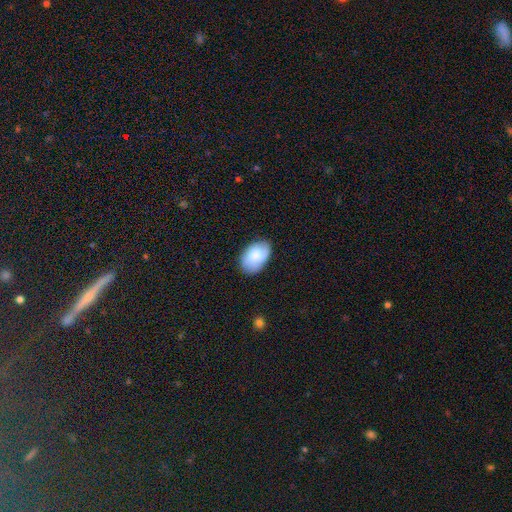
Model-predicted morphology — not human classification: Smooth or featured?
  - smooth: 73% *
  - featured or disk: 20%
  - star or artifact: 7%
How rounded?
  - in between: 90% *
  - round: 9%
  - cigar-shaped: 1%
Merging?
  - none: 79% *
  - minor disturbance: 16%
  - major disturbance: 3%
  - merger: 1%